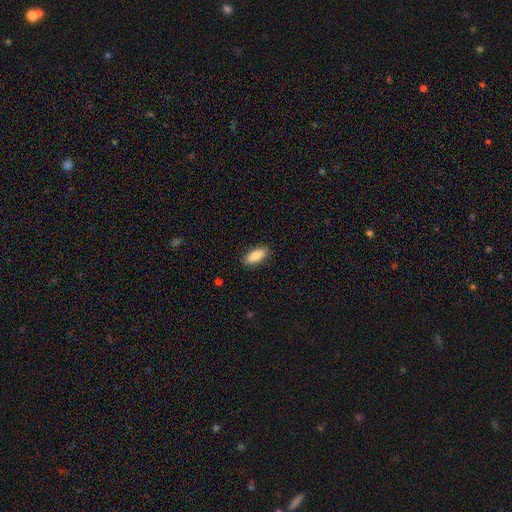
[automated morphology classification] This appears to be a smooth galaxy with no disk features (84%) that is in between round and cigar-shaped (83%). Merging: none (87%).